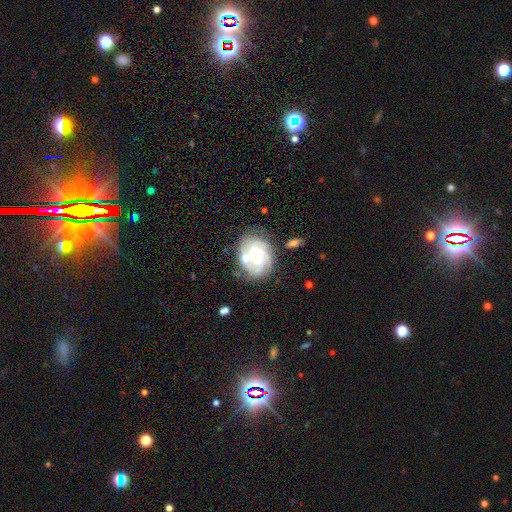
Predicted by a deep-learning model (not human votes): Q: Smooth or featured?
A: featured or disk (76%); runner-up: smooth (17%)
Q: Edge-on disk?
A: no (97%); runner-up: yes (3%)
Q: Bar?
A: no (60%); runner-up: weak (33%)
Q: Spiral arms?
A: yes (92%); runner-up: no (8%)
Q: Spiral winding?
A: tight (60%); runner-up: medium (32%)
Q: Spiral arm count?
A: 3 (34%); runner-up: can't tell (24%)
Q: Bulge size?
A: moderate (50%); runner-up: small (41%)
Q: Merging?
A: none (65%); runner-up: minor disturbance (18%)